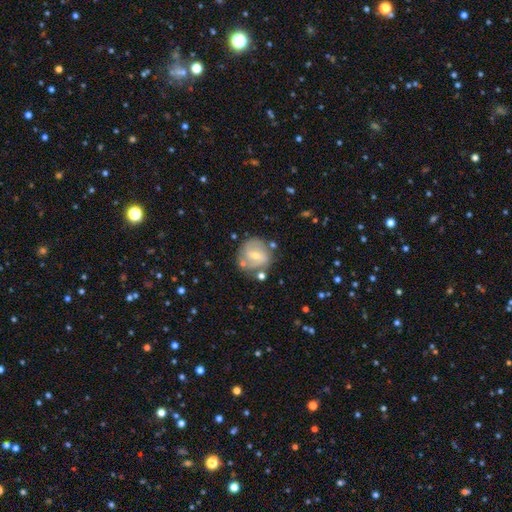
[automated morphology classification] Smooth or featured?
  - featured or disk: 61% *
  - smooth: 32%
  - star or artifact: 7%
Edge-on disk?
  - no: 97% *
  - yes: 3%
Bar?
  - weak: 53% *
  - no: 26%
  - strong: 21%
Spiral arms?
  - yes: 79% *
  - no: 21%
Bulge size?
  - small: 56% *
  - moderate: 39%
  - none: 3%
  - large: 2%
  - dominant: 1%
Merging?
  - none: 69% *
  - minor disturbance: 17%
  - merger: 7%
  - major disturbance: 7%